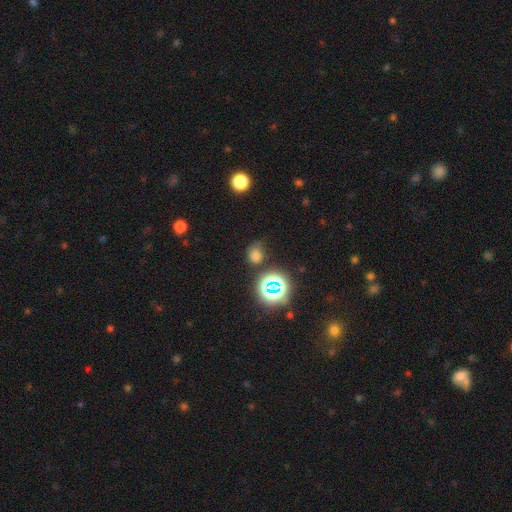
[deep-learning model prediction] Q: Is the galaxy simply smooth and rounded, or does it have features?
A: smooth — 66%.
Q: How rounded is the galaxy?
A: round — 66%.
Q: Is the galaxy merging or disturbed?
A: none — 67%.